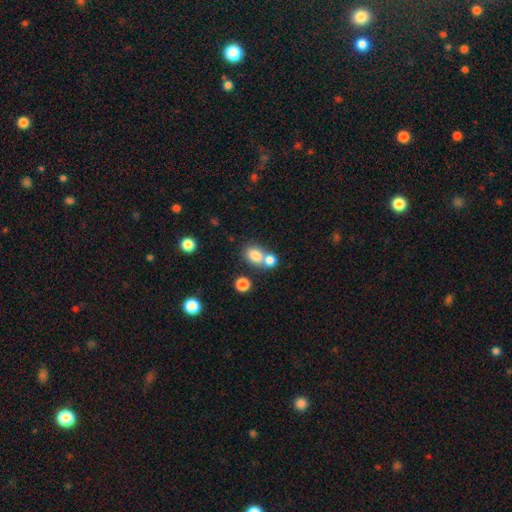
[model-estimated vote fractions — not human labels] smooth 79%, star or artifact 11%, featured or disk 10%. Down the decision tree: how rounded — round (50%); merging — merger (48%).